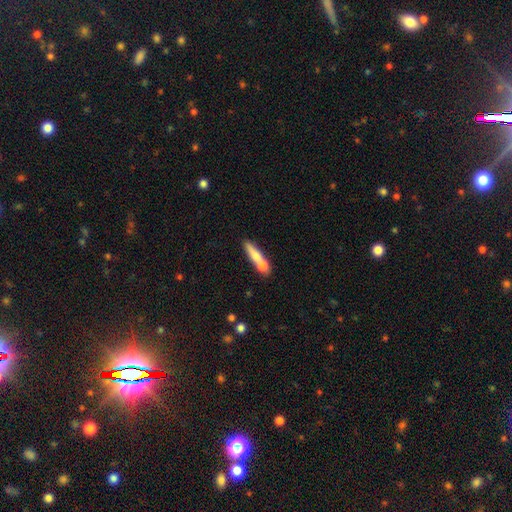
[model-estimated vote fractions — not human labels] smooth-or-featured: smooth: 65% | featured or disk: 28% | star or artifact: 7%
  how-rounded: cigar-shaped: 78% | in between: 17% | round: 4%
  merging: none: 45% | merger: 35% | minor disturbance: 14% | major disturbance: 6%